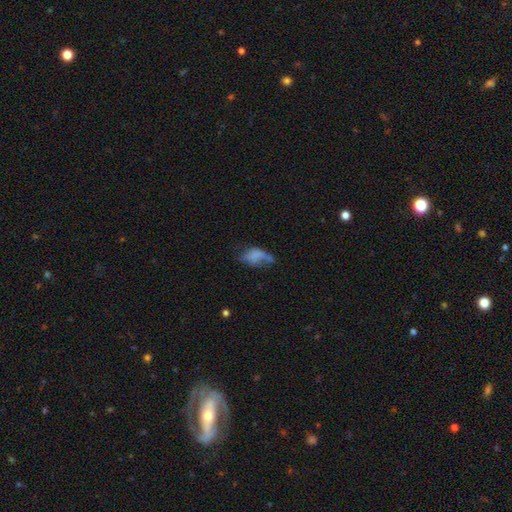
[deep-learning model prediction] Morphology: type=smooth (59%); roundness=in between (88%); merging=major disturbance (38%).